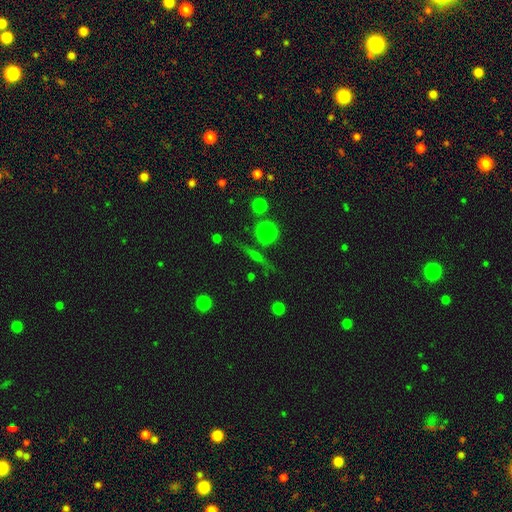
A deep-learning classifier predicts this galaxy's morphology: A featured or disk galaxy (48%). Merging: none (80%).